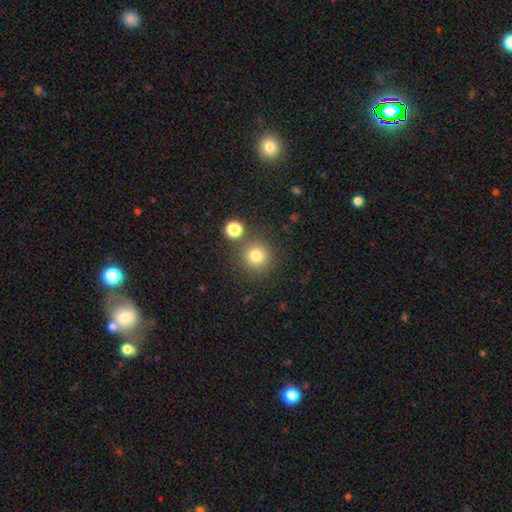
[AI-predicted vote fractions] A smooth galaxy with no disk features (80%) that is round (94%). Merging: none (79%).